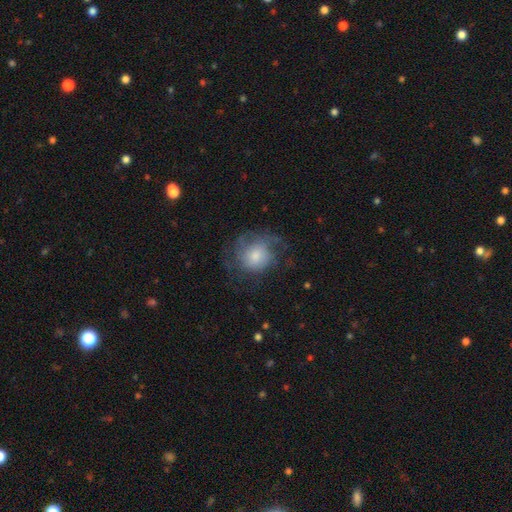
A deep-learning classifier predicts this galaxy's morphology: Smooth or featured: smooth — 54% (featured or disk — 38%)
How rounded: round — 79% (in between — 20%)
Merging: none — 50% (major disturbance — 25%)